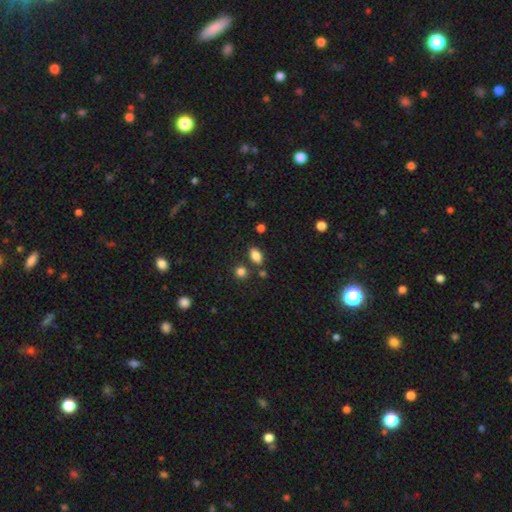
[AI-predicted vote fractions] smooth 84%, star or artifact 10%, featured or disk 5%. Down the decision tree: how rounded — in between (87%); merging — none (77%).